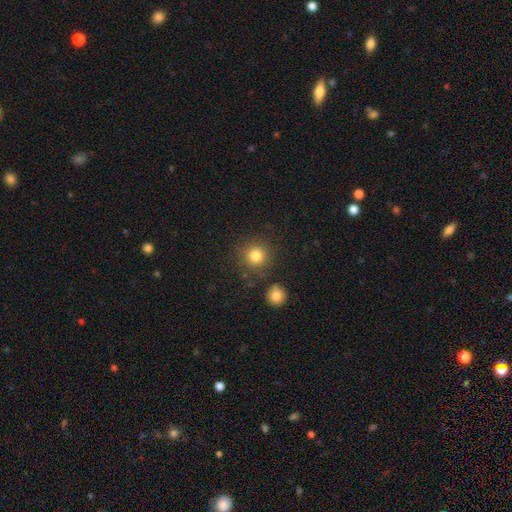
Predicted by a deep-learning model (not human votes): smooth 82%, star or artifact 12%, featured or disk 6%. Down the decision tree: how rounded — round (93%); merging — none (83%).